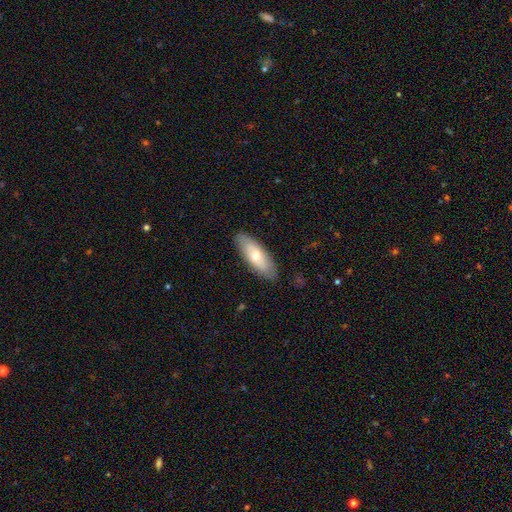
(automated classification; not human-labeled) A smooth galaxy with no disk features (69%) that is in between round and cigar-shaped (66%). Merging: none (86%).